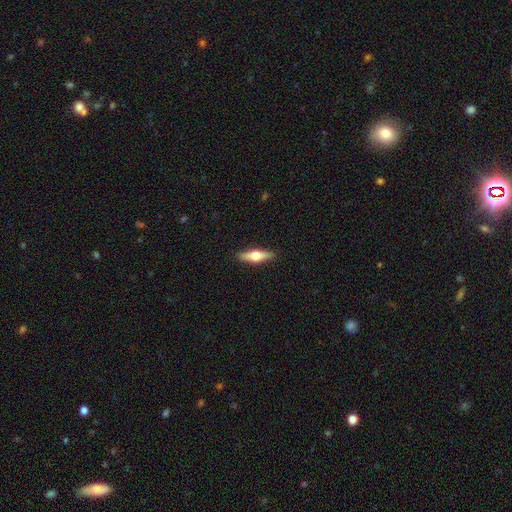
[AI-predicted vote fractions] Overall: featured or disk (50%; smooth 45%). Merging: none (91%).